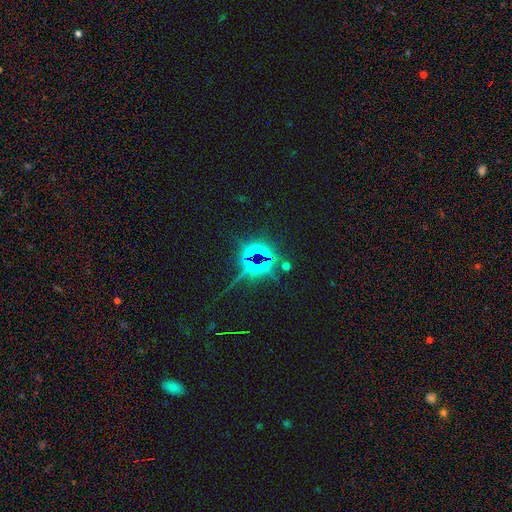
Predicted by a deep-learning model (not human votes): Smooth or featured? star or artifact (80%)